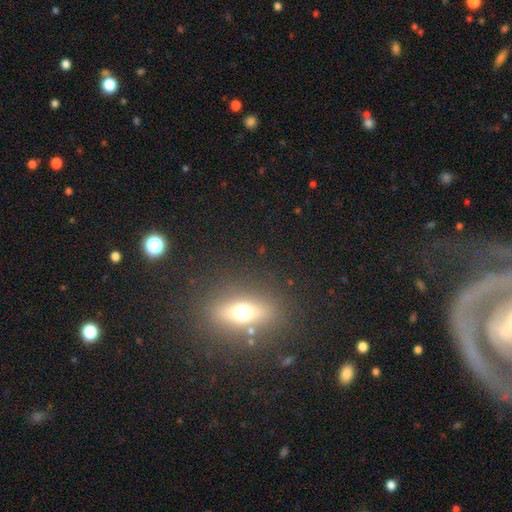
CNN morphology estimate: A featured or disk galaxy (56%).

Vote fractions:
- Smooth or featured? featured or disk: 56% / smooth: 28% / star or artifact: 15%
- Edge-on disk? no: 54% / yes: 46%
- Merging? none: 81% / minor disturbance: 11% / major disturbance: 6% / merger: 3%